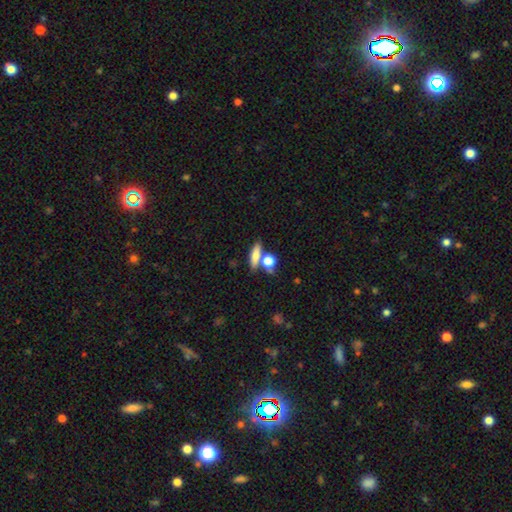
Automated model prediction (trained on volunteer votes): This is likely a smooth galaxy (70%). How rounded: possibly cigar-shaped (45%). Merging: possibly none (59%).